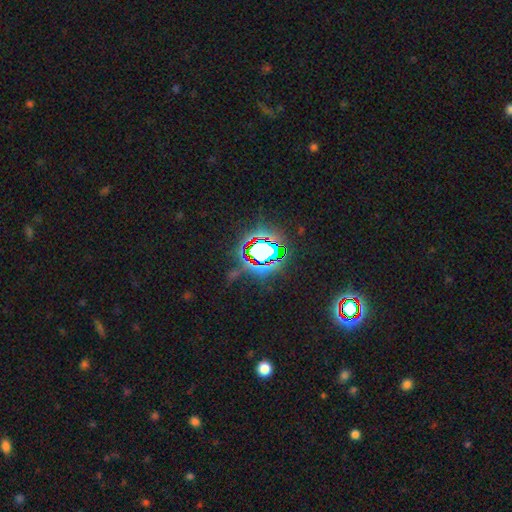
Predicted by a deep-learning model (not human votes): Q: Smooth or featured?
A: star or artifact (82%); runner-up: smooth (10%)